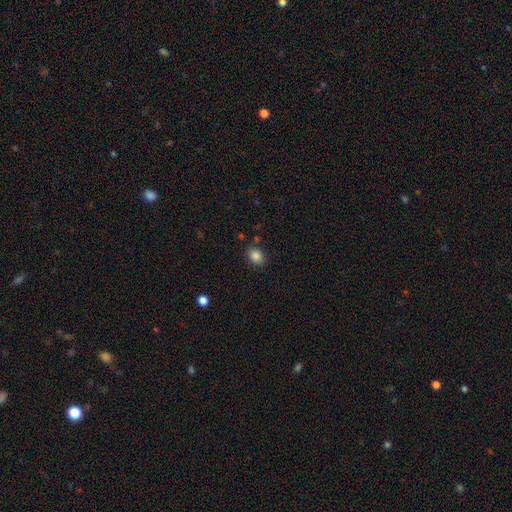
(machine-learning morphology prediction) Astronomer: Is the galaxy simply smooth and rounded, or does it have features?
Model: smooth — 86%.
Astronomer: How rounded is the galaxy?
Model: in between — 57% (runner-up: round, 42%).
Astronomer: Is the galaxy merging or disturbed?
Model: none — 84%.